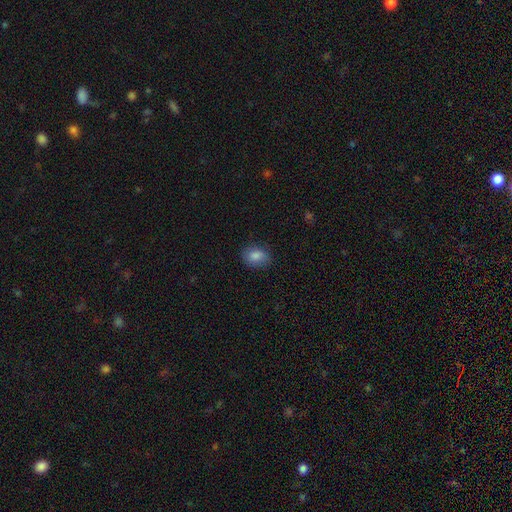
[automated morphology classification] Smooth or featured? Predicted: smooth (p=0.85). How rounded? Predicted: in between (p=0.70). Merging? Predicted: none (p=0.80).